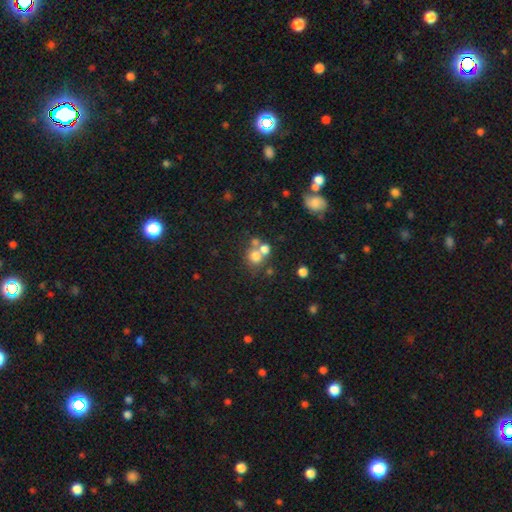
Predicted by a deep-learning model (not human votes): smooth_or_featured: smooth (p=0.70) [alt: star or artifact p=0.15]
how_rounded: round (p=0.82) [alt: in between p=0.17]
merging: none (p=0.45) [alt: merger p=0.43]